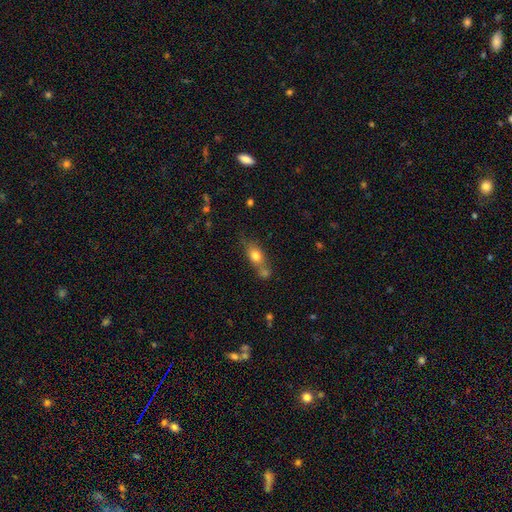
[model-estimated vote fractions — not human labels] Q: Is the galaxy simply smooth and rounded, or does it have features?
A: smooth — 74%.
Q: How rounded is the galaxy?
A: in between — 62%.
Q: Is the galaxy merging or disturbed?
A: none — 42%.